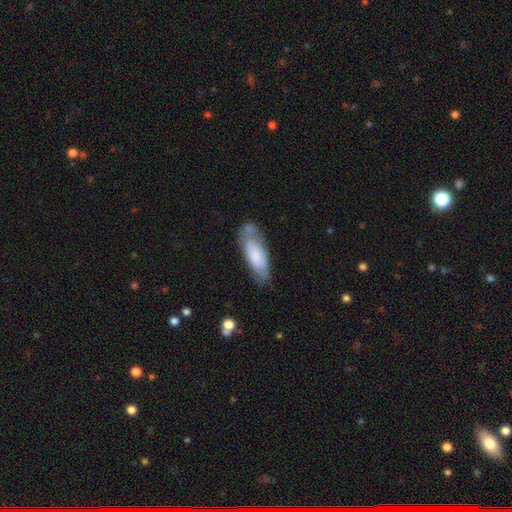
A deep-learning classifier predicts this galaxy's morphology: This is likely a smooth galaxy (66%). How rounded: likely in between (68%). Merging: possibly none (57%).